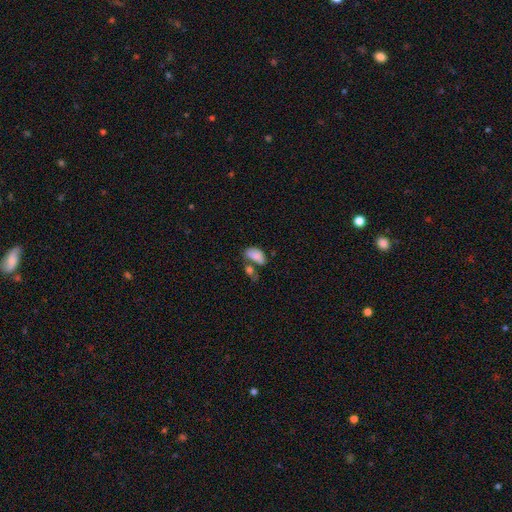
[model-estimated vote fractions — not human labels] Overall: smooth (81%). How rounded: in between (93%). Merging: none (35%; merger 34%).